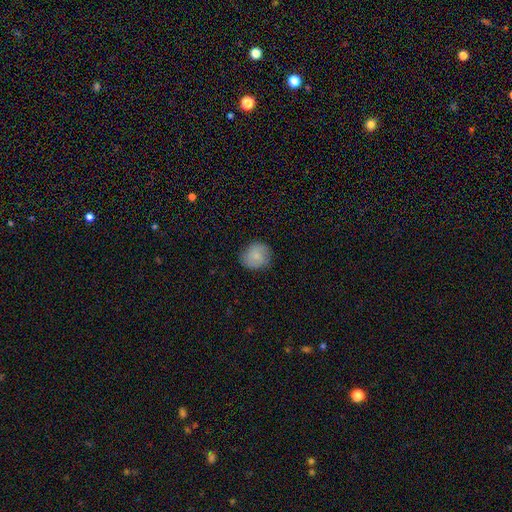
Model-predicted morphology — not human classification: Overall: smooth (76%). How rounded: round (77%). Merging: none (81%).